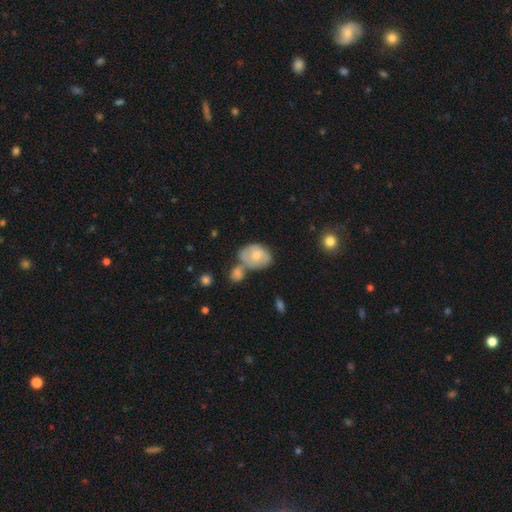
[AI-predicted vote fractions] Smooth or featured?
  - smooth: 55% *
  - featured or disk: 38%
  - star or artifact: 7%
How rounded?
  - in between: 66% *
  - round: 33%
  - cigar-shaped: 1%
Merging?
  - merger: 35% * (tied)
  - none: 35% * (tied)
  - minor disturbance: 21%
  - major disturbance: 9%